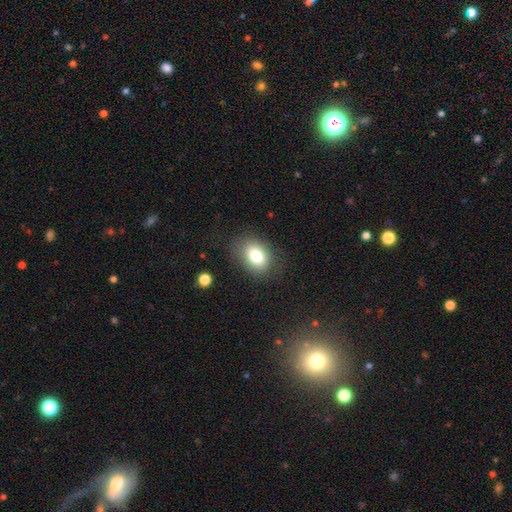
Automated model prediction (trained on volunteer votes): Smooth or featured? smooth (80%)
How rounded? in between (78%)
Merging? none (79%)